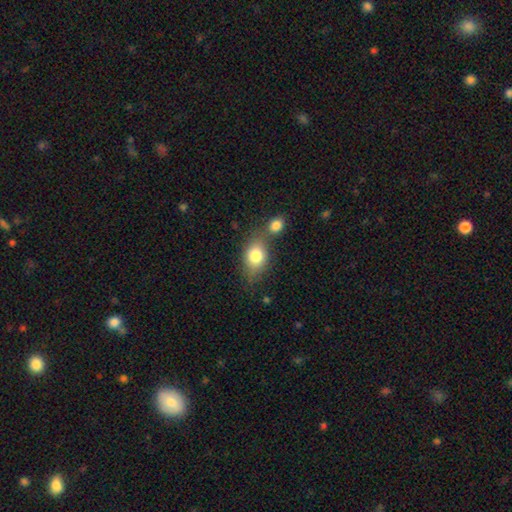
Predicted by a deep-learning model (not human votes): A smooth galaxy with no disk features (79%) that is in between round and cigar-shaped (73%). Merging: none (51%).